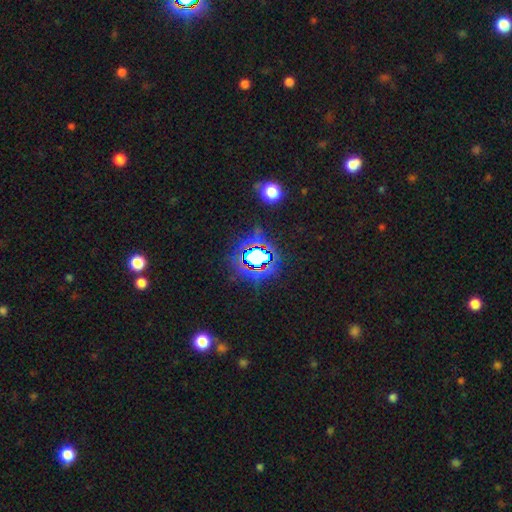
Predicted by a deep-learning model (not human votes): smooth_or_featured: star or artifact (p=0.77) [alt: smooth p=0.15]